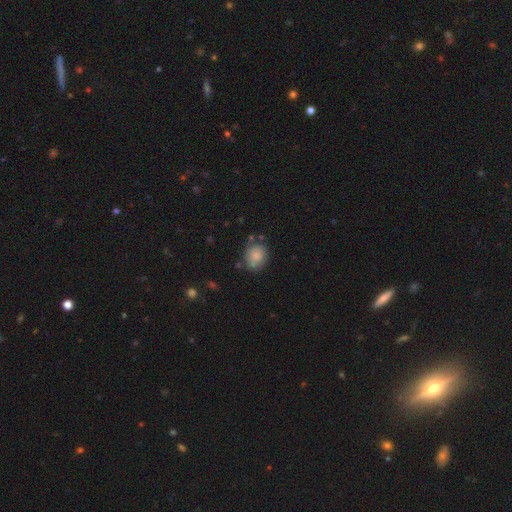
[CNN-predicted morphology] Smooth or featured?
  - smooth: 81% *
  - featured or disk: 10%
  - star or artifact: 8%
How rounded?
  - round: 63% *
  - in between: 36%
  - cigar-shaped: 1%
Merging?
  - none: 69% *
  - minor disturbance: 20%
  - merger: 6%
  - major disturbance: 5%